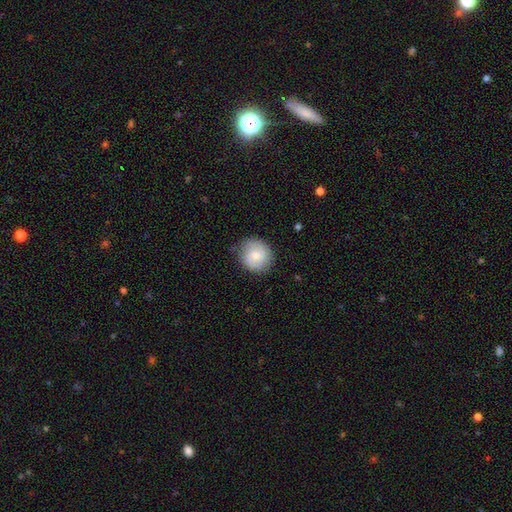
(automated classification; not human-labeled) Smooth or featured: smooth — 62% (featured or disk — 31%)
How rounded: round — 88% (in between — 11%)
Merging: none — 81% (minor disturbance — 15%)